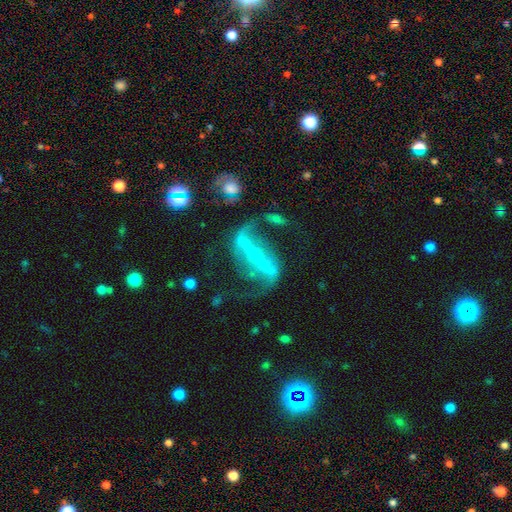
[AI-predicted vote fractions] Morphology: type=featured or disk (87%); edge-on=no (89%); bar=strong (75%); spiral arms=yes (90%); winding=loose (66%); arm count=2 (89%); bulge=small (79%); merging=none (57%).